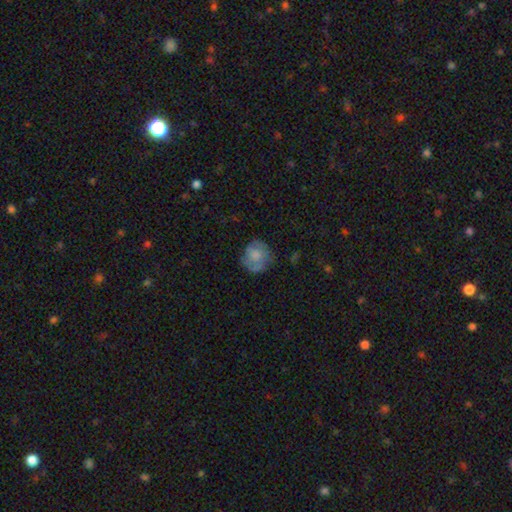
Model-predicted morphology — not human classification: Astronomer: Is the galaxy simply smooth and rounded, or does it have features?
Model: smooth — 64%.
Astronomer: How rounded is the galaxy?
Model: round — 83%.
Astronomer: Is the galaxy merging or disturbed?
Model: none — 65%.